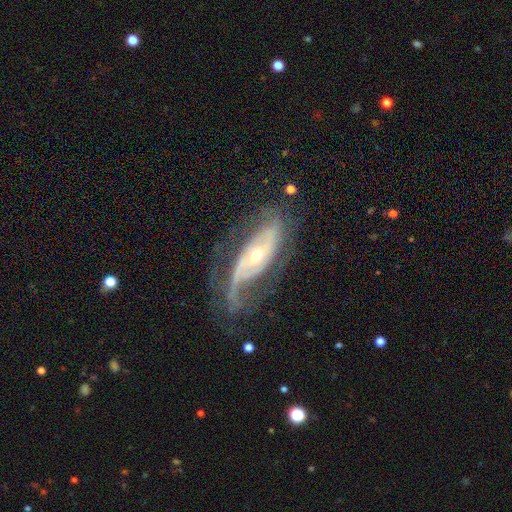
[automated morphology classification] smooth-or-featured: featured or disk: 85% | smooth: 9% | star or artifact: 6%
  disk-edge-on: no: 89% | yes: 11%
    bar: no: 54% | weak: 27% | strong: 18%
    has-spiral-arms: yes: 92% | no: 8%
      spiral-winding: medium: 39% | tight: 31% | loose: 30%
      spiral-arm-count: 2: 57% | can't tell: 17% | 1: 14% | 3: 7% | 4: 3% | more than 4: 2%
    bulge-size: small: 48% (tied) | moderate: 48% (tied) | large: 3% | dominant: 1% | none: 1%
  merging: none: 54% | minor disturbance: 22% | major disturbance: 21% | merger: 2%